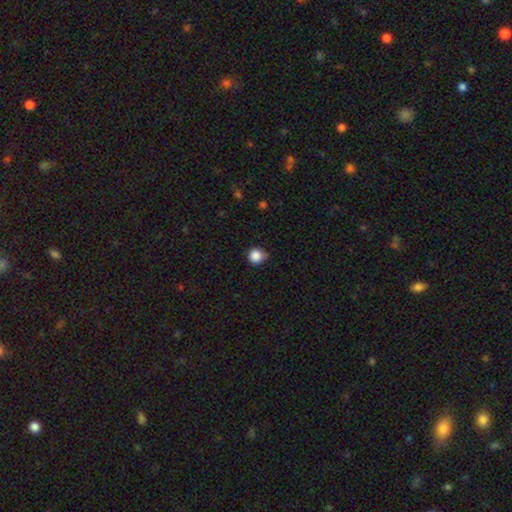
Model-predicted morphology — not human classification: This appears to be a smooth galaxy with no disk features (86%) that is round (92%). Merging: none (72%).